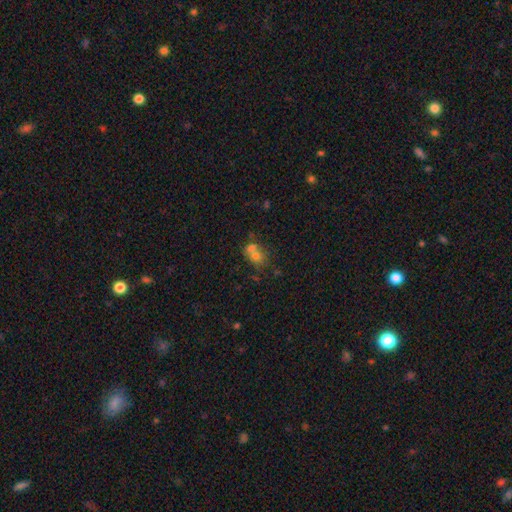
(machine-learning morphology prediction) A smooth galaxy with no disk features (65%) that is round (63%). Merging: merger (61%).